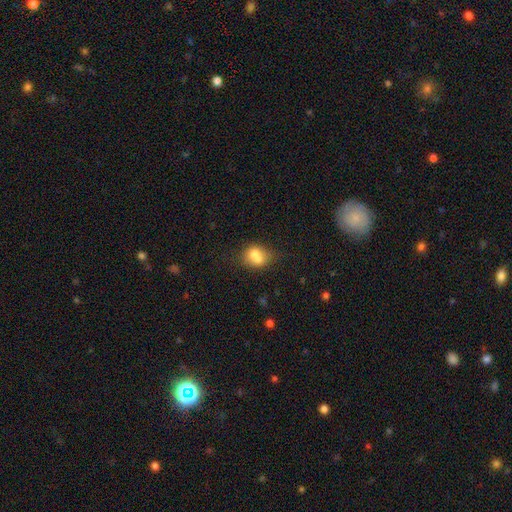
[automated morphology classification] A smooth galaxy with no disk features (68%) that is round (53%).

Vote fractions:
- Smooth or featured? smooth: 68% / featured or disk: 22% / star or artifact: 10%
- How rounded? round: 53% / in between: 45% / cigar-shaped: 2%
- Merging? merger: 49% / none: 34% / minor disturbance: 11% / major disturbance: 5%